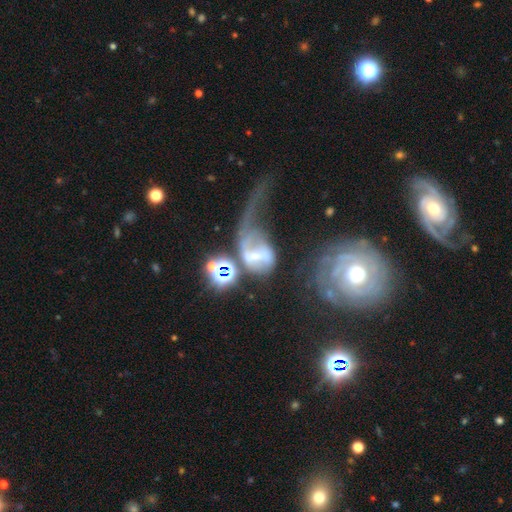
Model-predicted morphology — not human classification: A featured or disk galaxy (58%) with no bar (35%), spiral arms (55%) and a small central bulge (37%).

Vote fractions:
- Smooth or featured? featured or disk: 58% / smooth: 25% / star or artifact: 18%
- Edge-on disk? no: 95% / yes: 5%
- Bar? no: 35% / strong: 34% / weak: 31%
- Spiral arms? yes: 55% / no: 45%
- Bulge size? small: 37% / moderate: 25% / none: 24% / large: 8% / dominant: 5%
- Merging? major disturbance: 50% / merger: 28% / none: 13% / minor disturbance: 9%